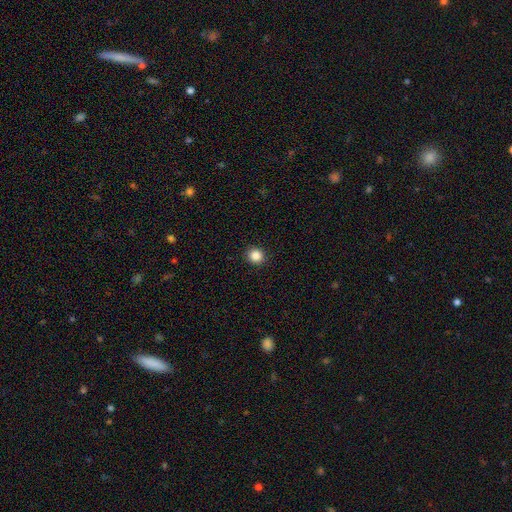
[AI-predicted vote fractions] Smooth or featured? smooth (86%)
How rounded? round (91%)
Merging? none (92%)